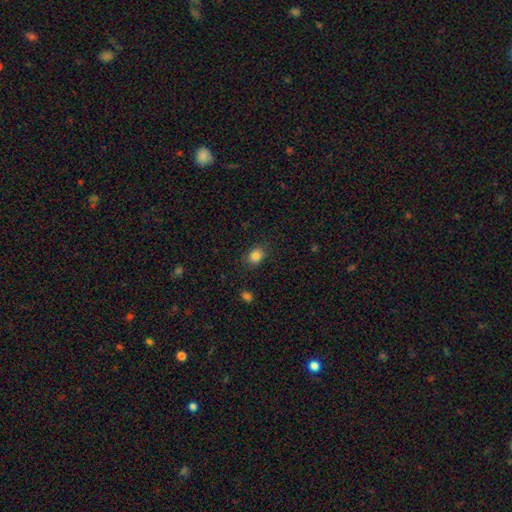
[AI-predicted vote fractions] Smooth or featured?
  - smooth: 84% *
  - star or artifact: 11%
  - featured or disk: 5%
How rounded?
  - in between: 51% *
  - round: 48%
  - cigar-shaped: 1%
Merging?
  - none: 84% *
  - minor disturbance: 11%
  - major disturbance: 3%
  - merger: 1%